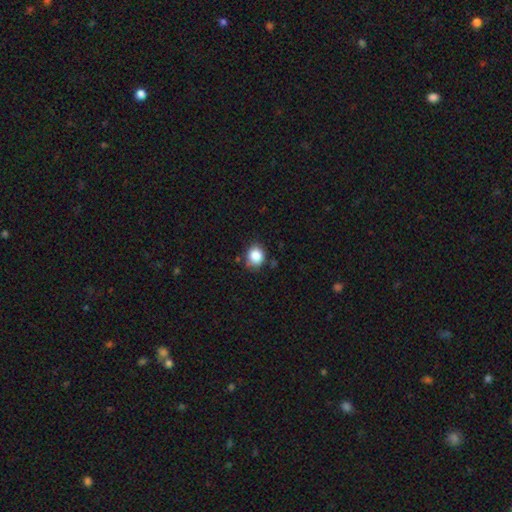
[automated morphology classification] Smooth or featured: smooth — 86% (star or artifact — 10%)
How rounded: round — 72% (in between — 27%)
Merging: none — 76% (minor disturbance — 17%)